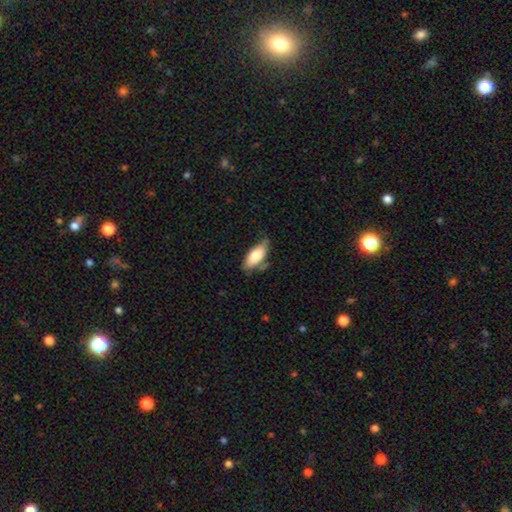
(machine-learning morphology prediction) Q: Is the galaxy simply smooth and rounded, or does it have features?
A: smooth — 77%.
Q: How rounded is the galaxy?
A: in between — 80%.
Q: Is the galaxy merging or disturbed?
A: none — 61%.